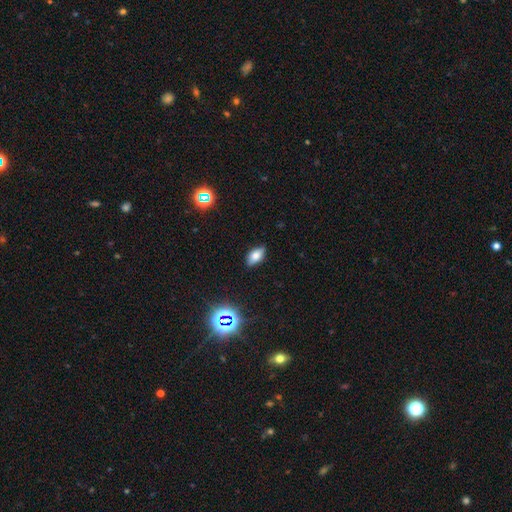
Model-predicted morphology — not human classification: Smooth or featured: smooth — 68% (featured or disk — 18%)
How rounded: in between — 88% (cigar-shaped — 7%)
Merging: none — 86% (minor disturbance — 11%)